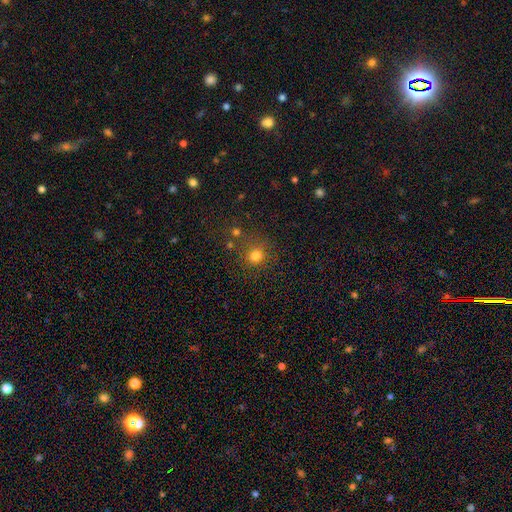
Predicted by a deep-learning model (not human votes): This appears to be a smooth galaxy with no disk features (76%) that is round (89%). Merging: none (78%).